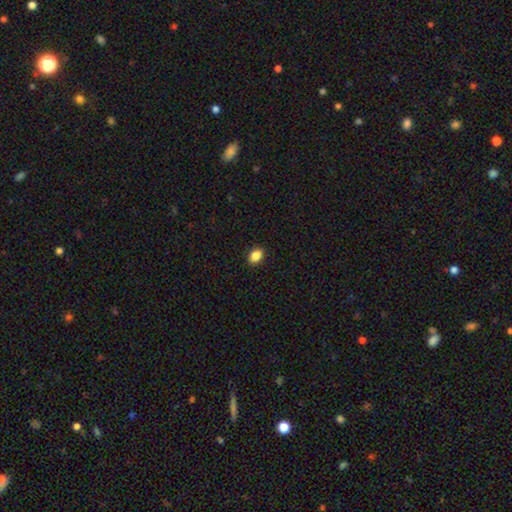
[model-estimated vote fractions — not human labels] The model was most divided on "how rounded": in between: 74%, round: 24%, cigar-shaped: 1%. More confident: merging — none (90%); smooth or featured — smooth (87%).